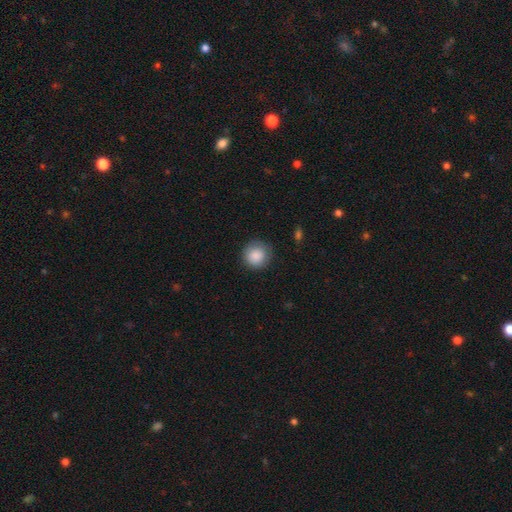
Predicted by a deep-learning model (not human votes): This is clearly a smooth galaxy (87%). How rounded: clearly round (94%). Merging: clearly none (84%).